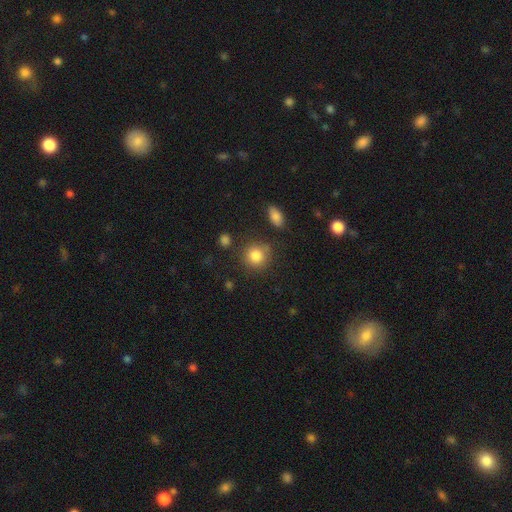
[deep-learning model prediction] smooth_or_featured: smooth (p=0.84) [alt: star or artifact p=0.10]
how_rounded: round (p=0.87) [alt: in between p=0.12]
merging: none (p=0.77) [alt: minor disturbance p=0.12]